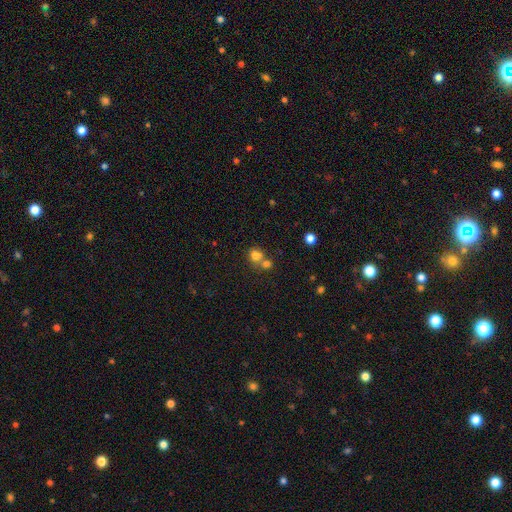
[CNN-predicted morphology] A smooth galaxy with no disk features (73%) that is round (71%).

Vote fractions:
- Smooth or featured? smooth: 73% / star or artifact: 14% / featured or disk: 13%
- How rounded? round: 71% / in between: 28% / cigar-shaped: 1%
- Merging? merger: 51% / none: 38% / minor disturbance: 7% / major disturbance: 4%